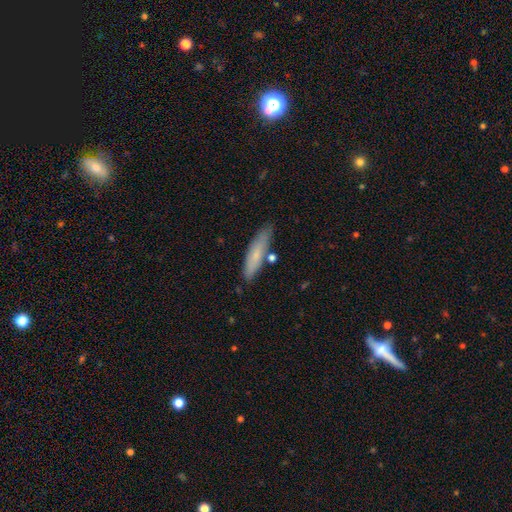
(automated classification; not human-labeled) Overall: smooth (72%). How rounded: cigar-shaped (76%). Merging: none (77%).